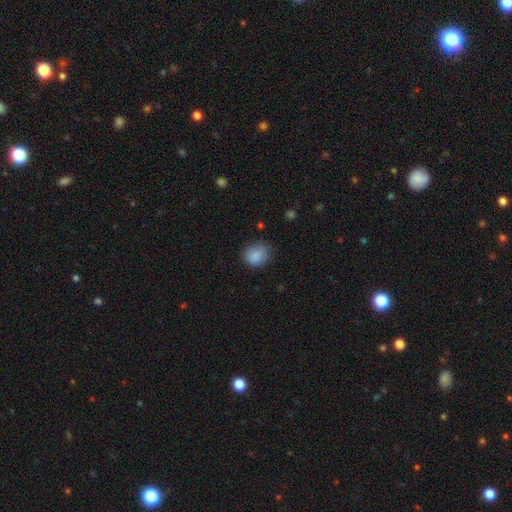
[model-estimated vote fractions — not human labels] This is clearly a smooth galaxy (86%). How rounded: likely round (69%). Merging: likely none (72%).